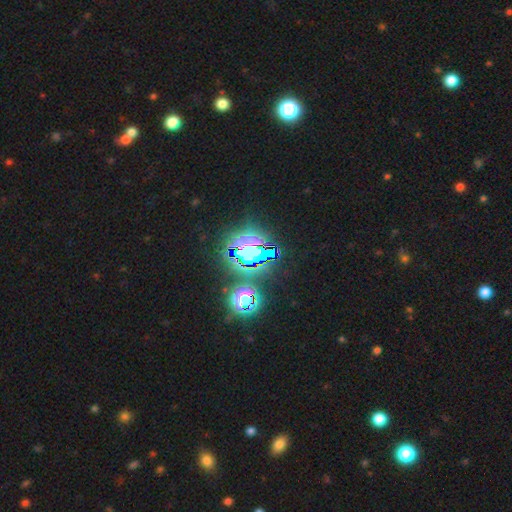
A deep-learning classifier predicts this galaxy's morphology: This appears to be a star or artifact, not a galaxy (70%).